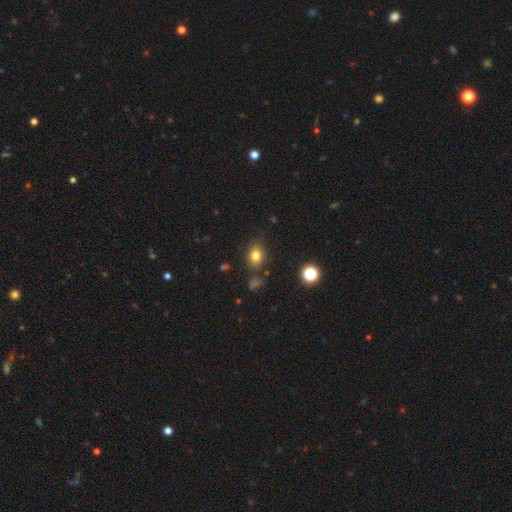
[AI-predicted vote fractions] Overall: smooth (80%). How rounded: in between (62%; round 37%). Merging: none (80%).